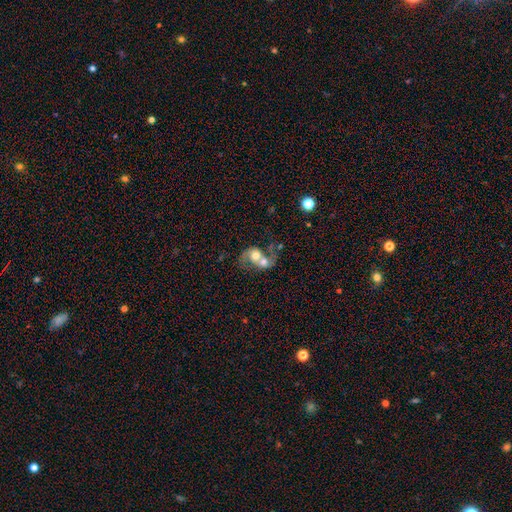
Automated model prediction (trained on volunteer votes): This appears to be a featured or disk galaxy (54%) with no bar (76%), spiral arms (67%) and a moderate central bulge (48%). Merging: merger (76%).